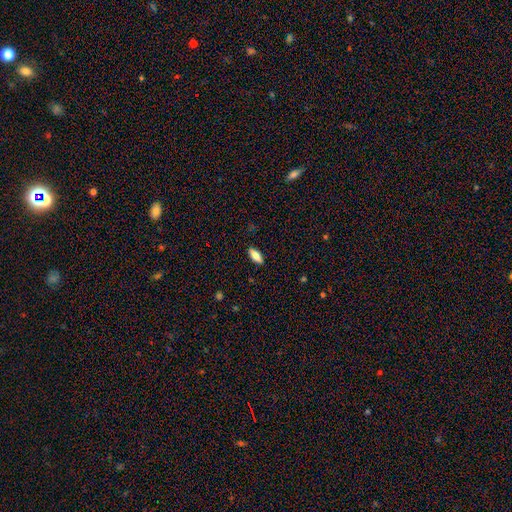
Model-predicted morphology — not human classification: smooth 81%, featured or disk 12%, star or artifact 7%. Down the decision tree: how rounded — in between (79%); merging — none (89%).